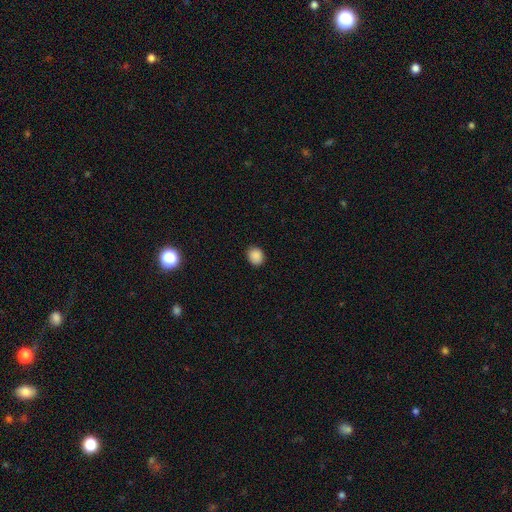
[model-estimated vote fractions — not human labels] smooth_or_featured: smooth (p=0.88) [alt: star or artifact p=0.09]
how_rounded: round (p=0.66) [alt: in between p=0.33]
merging: none (p=0.89) [alt: minor disturbance p=0.08]